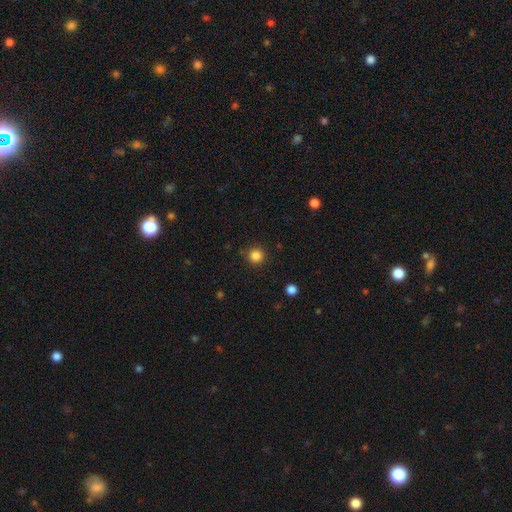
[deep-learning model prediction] A smooth galaxy with no disk features (85%) that is round (95%). Merging: none (90%).